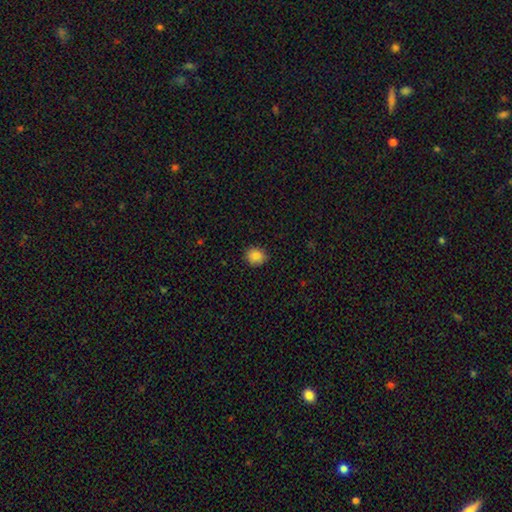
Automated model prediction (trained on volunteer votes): Smooth or featured?
  - smooth: 84% *
  - star or artifact: 10%
  - featured or disk: 6%
How rounded?
  - round: 82% *
  - in between: 17%
  - cigar-shaped: 1%
Merging?
  - none: 87% *
  - minor disturbance: 10%
  - major disturbance: 2%
  - merger: 1%